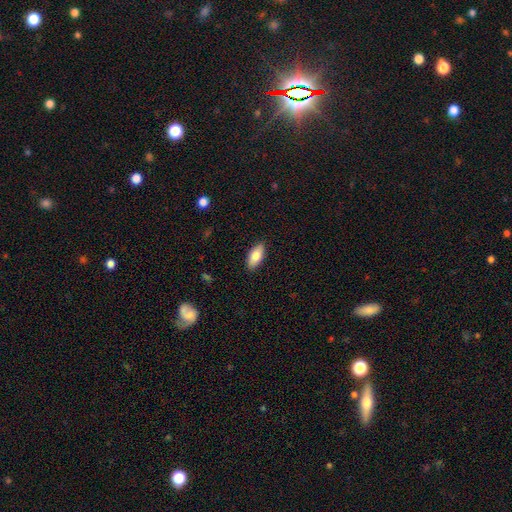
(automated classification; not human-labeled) smooth-or-featured: smooth: 81% | featured or disk: 13% | star or artifact: 6%
  how-rounded: in between: 88% | cigar-shaped: 10% | round: 2%
  merging: none: 88% | minor disturbance: 9% | major disturbance: 2% | merger: 1%